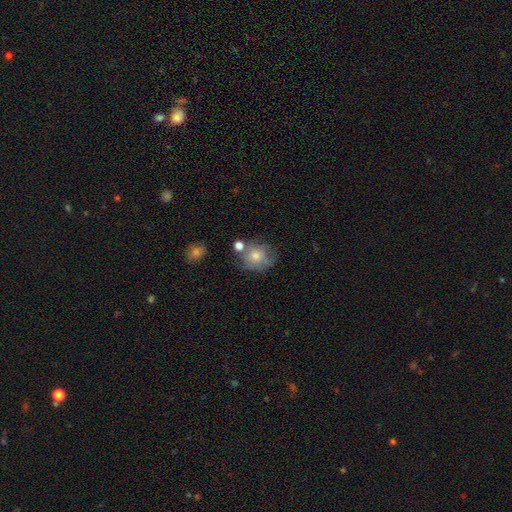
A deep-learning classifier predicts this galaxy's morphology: A smooth galaxy with no disk features (62%) that is round (73%). Merging: none (55%).